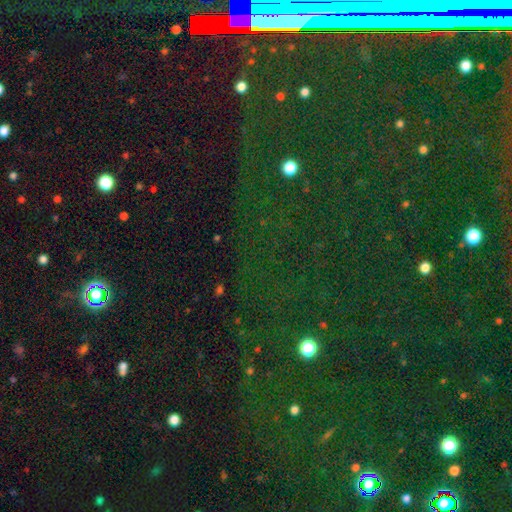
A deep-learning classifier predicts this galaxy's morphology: This appears to be a star or artifact, not a galaxy (77%).